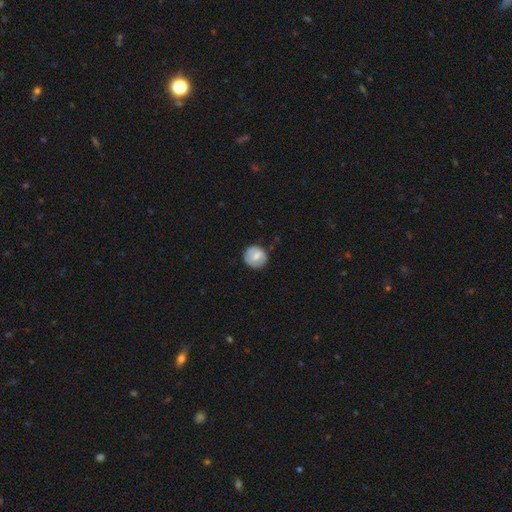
Morphology: type=smooth (70%); roundness=round (88%); merging=none (89%).